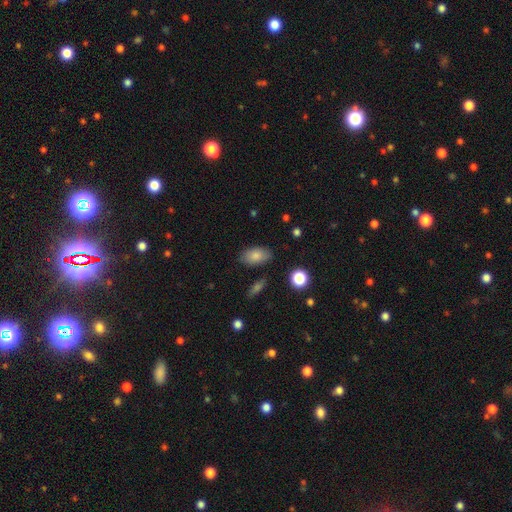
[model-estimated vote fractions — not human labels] Morphology: type=smooth (82%); roundness=in between (90%); merging=none (82%).